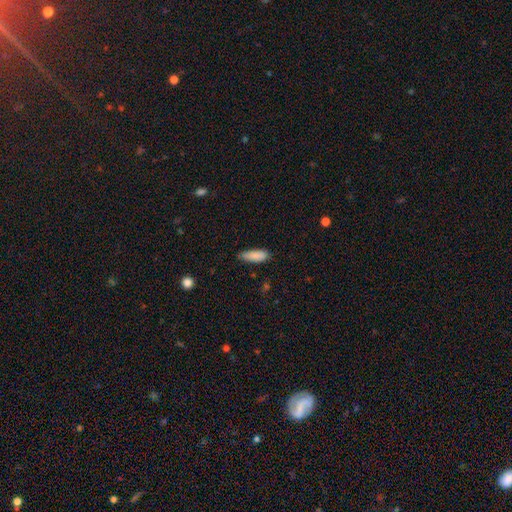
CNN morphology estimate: A smooth galaxy with no disk features (88%) that is in between round and cigar-shaped (65%).

Vote fractions:
- Smooth or featured? smooth: 88% / star or artifact: 7% / featured or disk: 6%
- How rounded? in between: 65% / cigar-shaped: 33% / round: 2%
- Merging? none: 75% / minor disturbance: 21% / major disturbance: 3% / merger: 1%